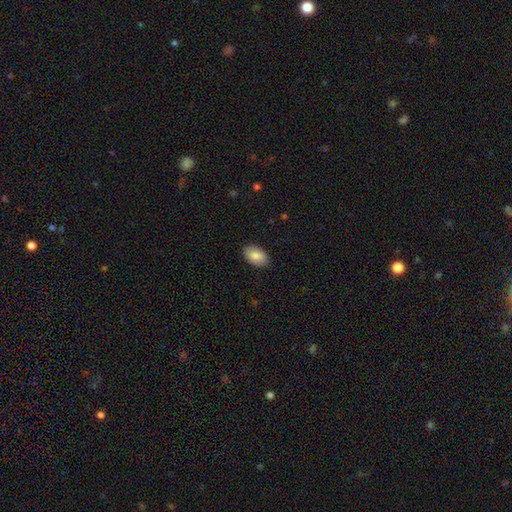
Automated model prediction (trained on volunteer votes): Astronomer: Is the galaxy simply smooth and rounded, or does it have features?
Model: smooth — 86%.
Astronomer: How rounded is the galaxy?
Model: in between — 93%.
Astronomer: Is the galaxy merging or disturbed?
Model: none — 88%.